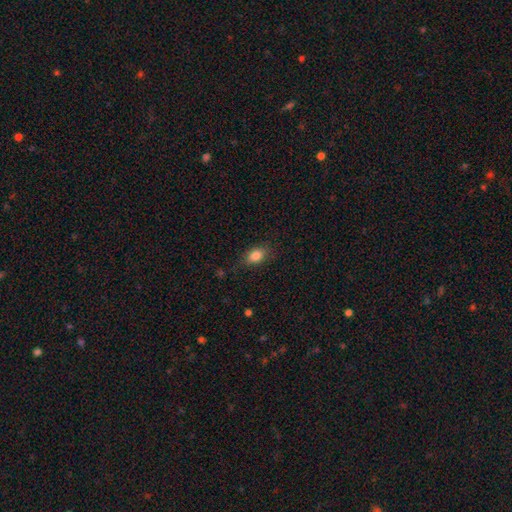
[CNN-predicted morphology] Smooth or featured? smooth (84%)
How rounded? in between (82%)
Merging? none (78%)